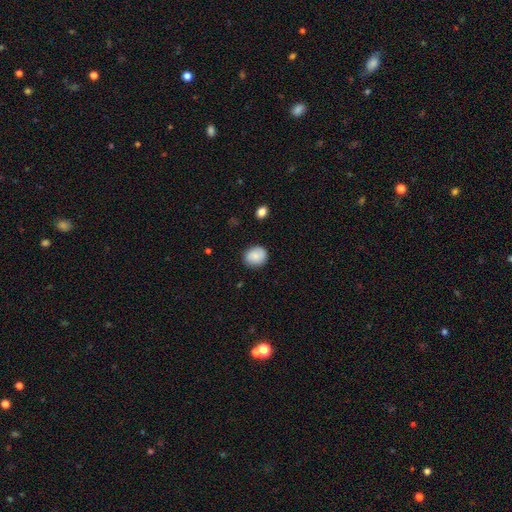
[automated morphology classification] Q: Smooth or featured?
A: smooth (79%); runner-up: featured or disk (13%)
Q: How rounded?
A: round (69%); runner-up: in between (30%)
Q: Merging?
A: none (83%); runner-up: minor disturbance (12%)